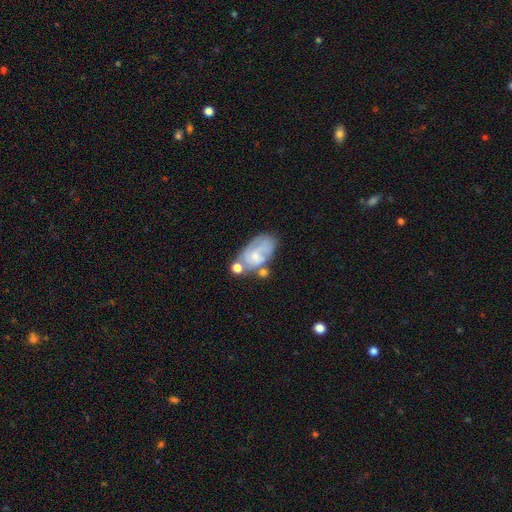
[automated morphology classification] This appears to be a featured or disk galaxy (55%) with no bar (69%), spiral arms (63%) and a small central bulge (53%). Merging: none (35%).